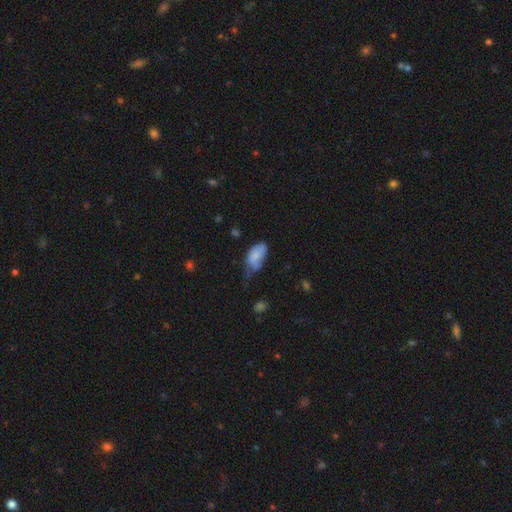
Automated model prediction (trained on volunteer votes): smooth-or-featured: smooth: 74% | featured or disk: 18% | star or artifact: 8%
  how-rounded: in between: 93% | round: 5% | cigar-shaped: 2%
  merging: minor disturbance: 42% | none: 28% | major disturbance: 23% | merger: 6%